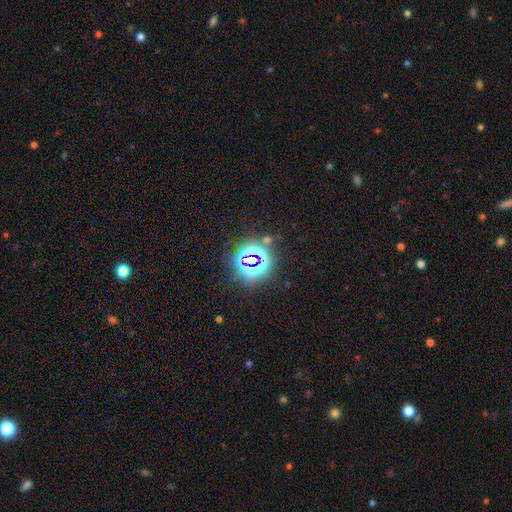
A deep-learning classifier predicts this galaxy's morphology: star or artifact 80%, smooth 13%, featured or disk 7%.